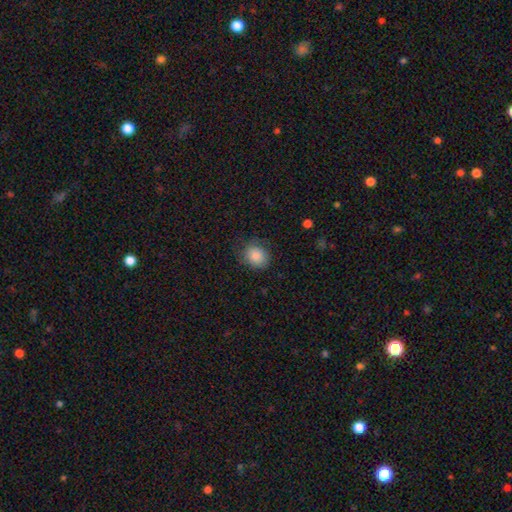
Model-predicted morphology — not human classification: Smooth or featured? Predicted: smooth (p=0.85). How rounded? Predicted: round (p=0.69). Merging? Predicted: none (p=0.71).